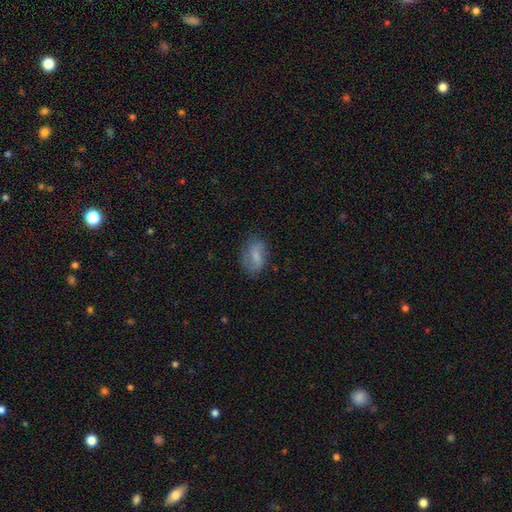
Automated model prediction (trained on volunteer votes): Morphology: type=smooth (58%); roundness=in between (81%); merging=none (68%).